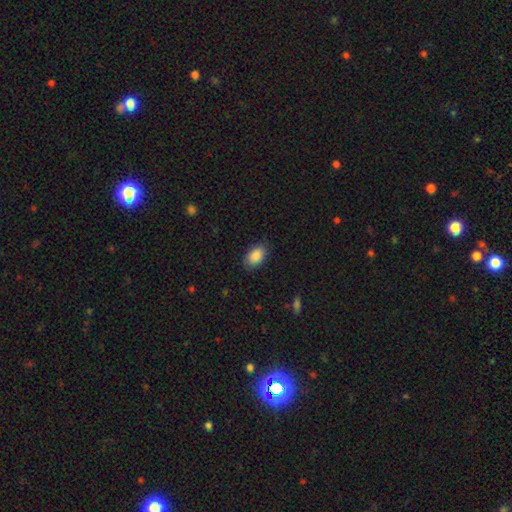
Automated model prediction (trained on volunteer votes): Smooth or featured: smooth — 89% (star or artifact — 7%)
How rounded: in between — 90% (round — 8%)
Merging: none — 85% (minor disturbance — 11%)